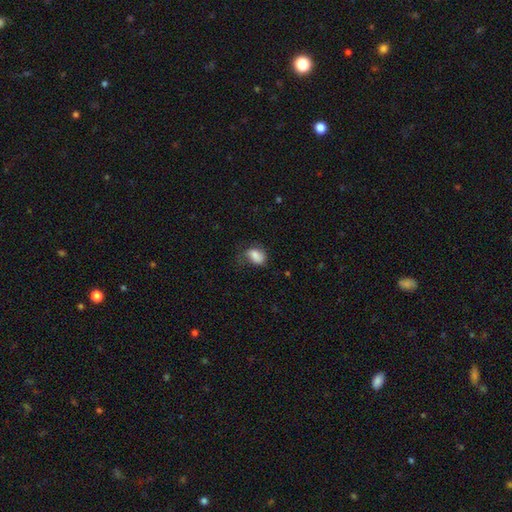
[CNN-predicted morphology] A smooth galaxy with no disk features (81%) that is in between round and cigar-shaped (82%). Merging: none (46%).